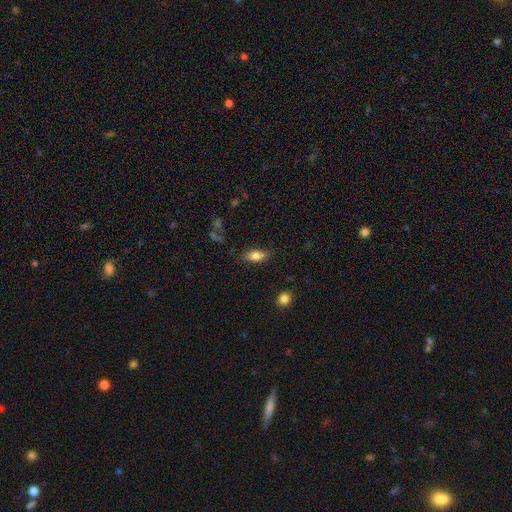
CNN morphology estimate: Smooth or featured?
  - smooth: 78% *
  - featured or disk: 14%
  - star or artifact: 8%
How rounded?
  - in between: 83% *
  - cigar-shaped: 13%
  - round: 4%
Merging?
  - none: 80% *
  - minor disturbance: 16%
  - major disturbance: 3%
  - merger: 2%